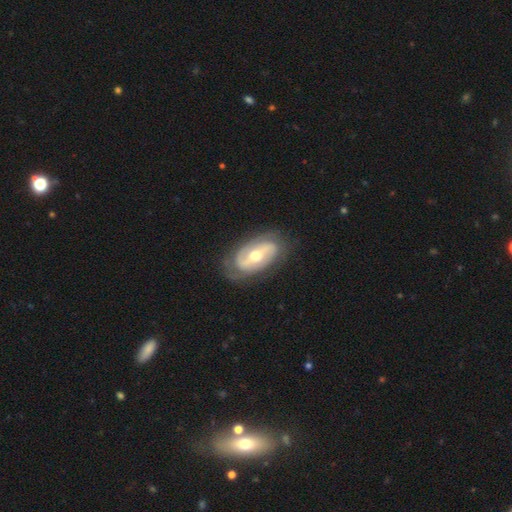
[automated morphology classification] smooth-or-featured: featured or disk: 80% | smooth: 14% | star or artifact: 5%
  disk-edge-on: no: 95% | yes: 5%
    bar: no: 39% | weak: 37% | strong: 25%
    has-spiral-arms: yes: 85% | no: 15%
      spiral-winding: tight: 46% | medium: 38% | loose: 16%
      spiral-arm-count: 2: 80% | can't tell: 11% | 3: 3% | 1: 3% | 4: 1% | more than 4: 1%
    bulge-size: moderate: 73% | small: 15% | large: 9% | dominant: 1% | none: 1%
  merging: none: 80% | minor disturbance: 13% | major disturbance: 5% | merger: 1%